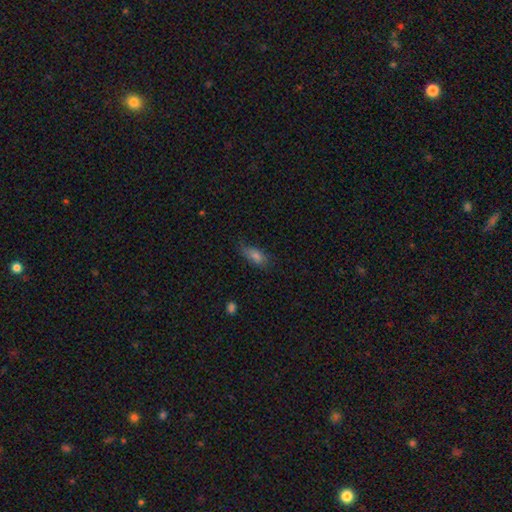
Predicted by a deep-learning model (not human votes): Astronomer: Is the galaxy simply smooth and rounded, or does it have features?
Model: smooth — 77%.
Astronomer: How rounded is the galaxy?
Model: in between — 76%.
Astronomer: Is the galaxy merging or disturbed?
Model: none — 66%.